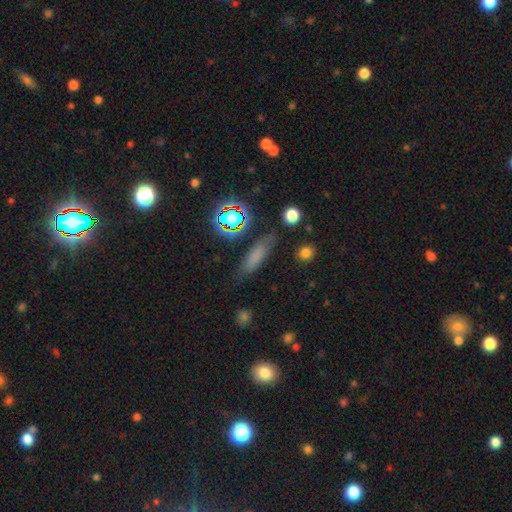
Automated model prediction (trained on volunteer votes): Smooth or featured: smooth — 67% (star or artifact — 18%)
How rounded: cigar-shaped — 59% (in between — 35%)
Merging: none — 76% (minor disturbance — 16%)